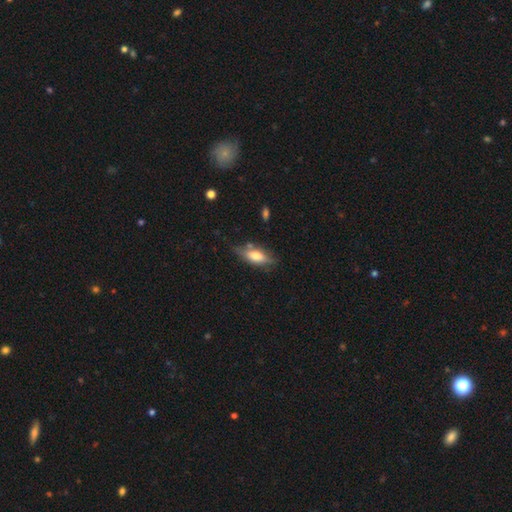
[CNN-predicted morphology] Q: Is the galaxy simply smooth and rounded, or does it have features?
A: smooth — 66%.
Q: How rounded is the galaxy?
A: in between — 75%.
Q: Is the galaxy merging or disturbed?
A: none — 64%.